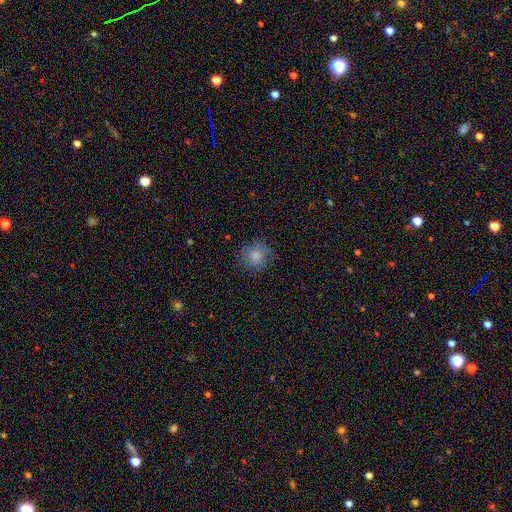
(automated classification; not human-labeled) Smooth or featured? Predicted: smooth (p=0.79). How rounded? Predicted: round (p=0.88). Merging? Predicted: none (p=0.75).